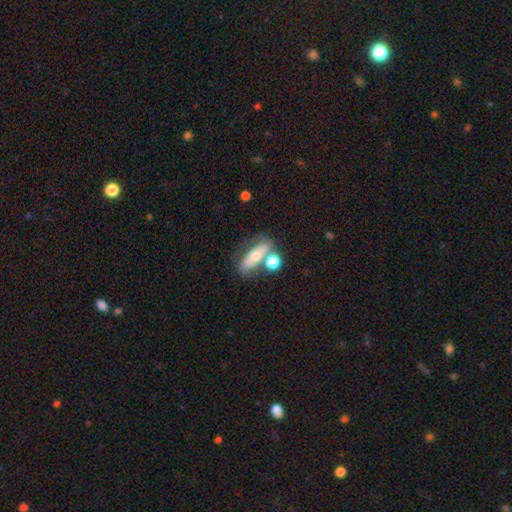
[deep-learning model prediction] This appears to be a smooth galaxy with no disk features (51%) that is in between round and cigar-shaped (67%). Merging: none (49%).